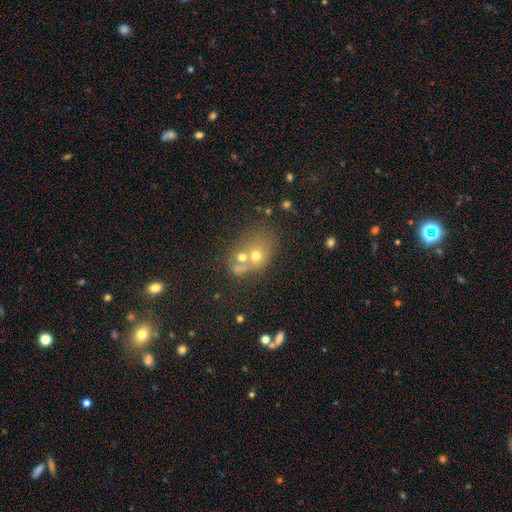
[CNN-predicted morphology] Overall: smooth (59%; featured or disk 25%). How rounded: round (58%; in between 41%). Merging: merger (52%; none 30%).